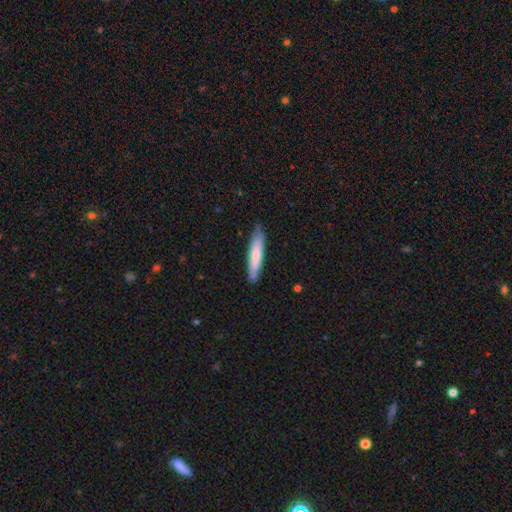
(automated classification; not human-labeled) smooth-or-featured: smooth: 66% | featured or disk: 29% | star or artifact: 5%
  how-rounded: cigar-shaped: 86% | in between: 13% | round: 1%
  merging: none: 82% | minor disturbance: 15% | major disturbance: 2% | merger: 2%